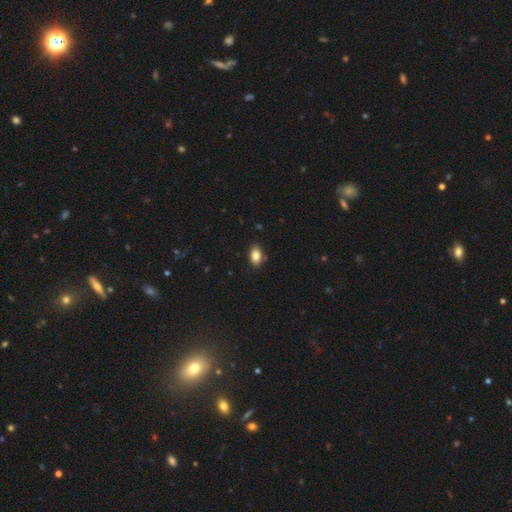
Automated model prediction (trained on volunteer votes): This is clearly a smooth galaxy (83%). How rounded: clearly in between (90%). Merging: clearly none (83%).